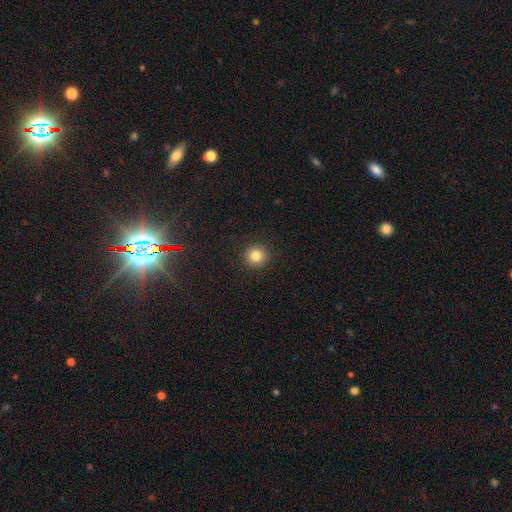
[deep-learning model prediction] smooth 84%, star or artifact 12%, featured or disk 5%. Down the decision tree: how rounded — round (94%); merging — none (92%).